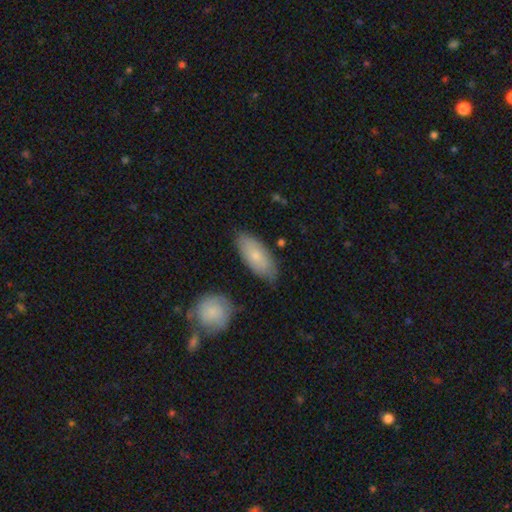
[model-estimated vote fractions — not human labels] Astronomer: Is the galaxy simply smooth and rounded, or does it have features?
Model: smooth — 72%.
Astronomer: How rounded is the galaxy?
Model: in between — 86%.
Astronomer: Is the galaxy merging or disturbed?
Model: none — 77%.